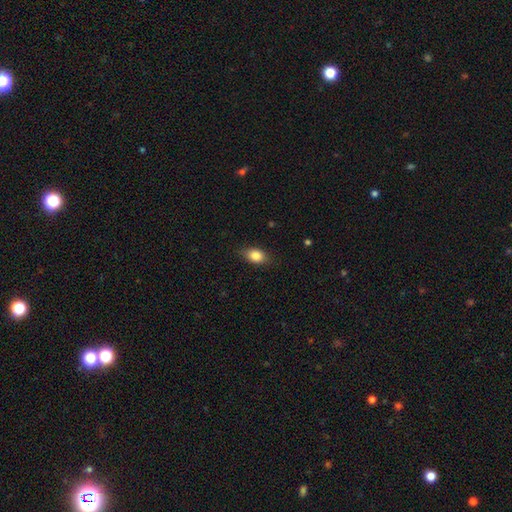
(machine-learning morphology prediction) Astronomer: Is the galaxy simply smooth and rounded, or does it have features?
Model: smooth — 83%.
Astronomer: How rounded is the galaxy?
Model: in between — 79%.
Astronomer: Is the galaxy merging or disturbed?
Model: none — 81%.